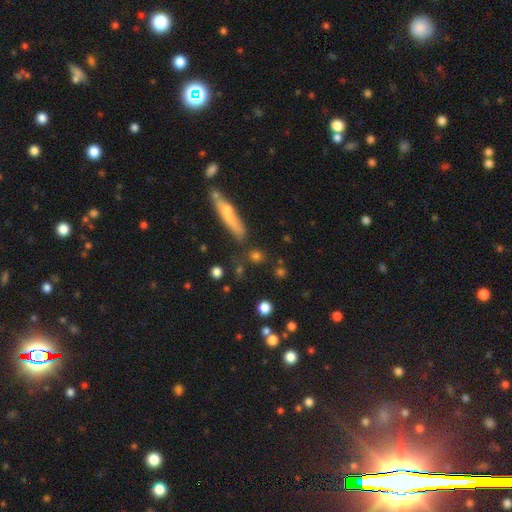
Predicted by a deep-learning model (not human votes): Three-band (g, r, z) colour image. It shows a smooth galaxy with no disk features (48%). Merging: none (75%).